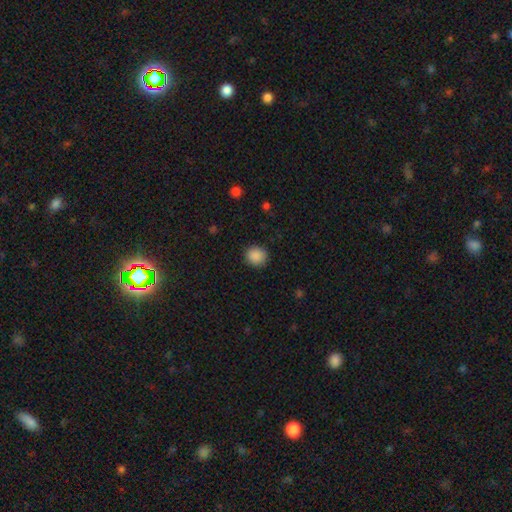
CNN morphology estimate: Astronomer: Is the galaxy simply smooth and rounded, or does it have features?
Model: smooth — 88%.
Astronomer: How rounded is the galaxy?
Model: round — 87%.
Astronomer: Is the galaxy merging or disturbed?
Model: none — 90%.